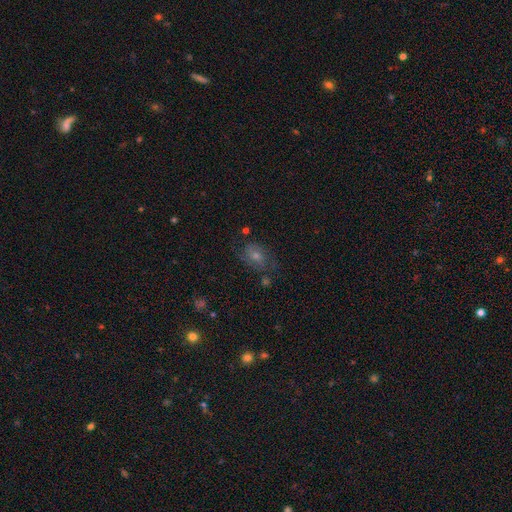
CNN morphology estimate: A featured or disk galaxy (49%). Merging: none (71%).